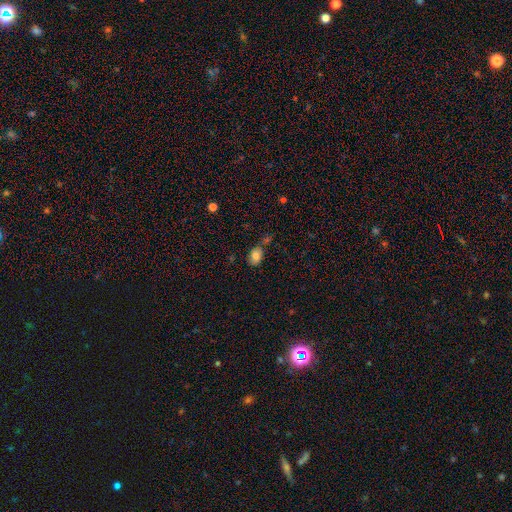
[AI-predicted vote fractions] This appears to be a smooth galaxy with no disk features (80%) that is in between round and cigar-shaped (80%). Merging: none (60%).